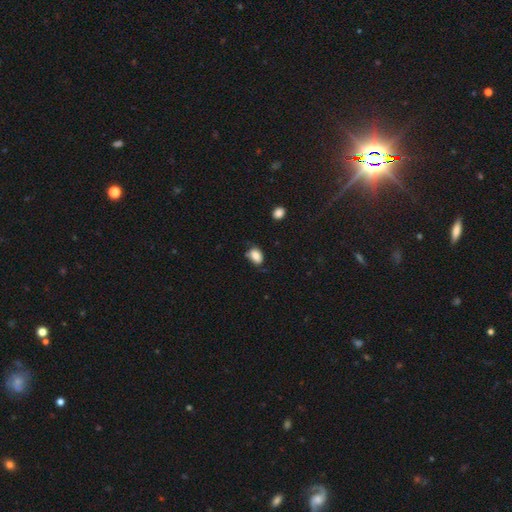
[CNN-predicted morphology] Overall: smooth (84%). How rounded: in between (83%). Merging: none (58%; minor disturbance 32%).